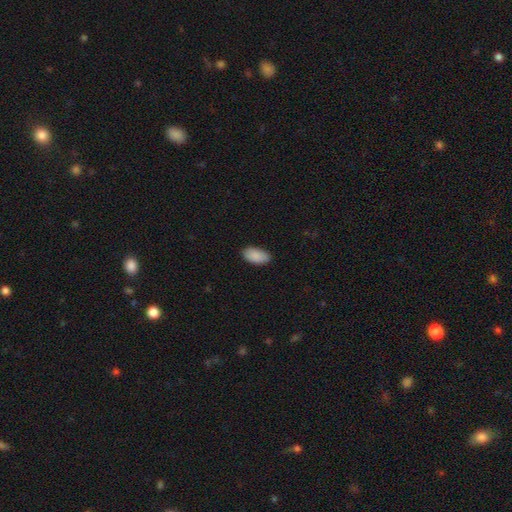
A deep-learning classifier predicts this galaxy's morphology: Smooth or featured? Predicted: smooth (p=0.90). How rounded? Predicted: in between (p=0.95). Merging? Predicted: none (p=0.85).